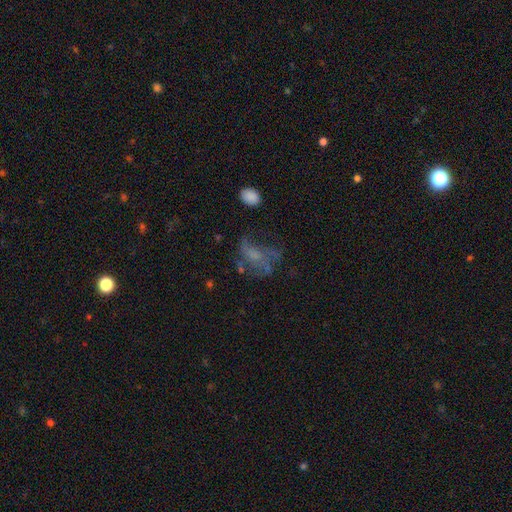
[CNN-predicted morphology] Q: Smooth or featured?
A: featured or disk (54%); runner-up: smooth (26%)
Q: Edge-on disk?
A: no (96%); runner-up: yes (4%)
Q: Bar?
A: no (75%); runner-up: weak (20%)
Q: Spiral arms?
A: no (56%); runner-up: yes (44%)
Q: Bulge size?
A: none (47%); runner-up: small (30%)
Q: Merging?
A: none (40%); runner-up: major disturbance (37%)